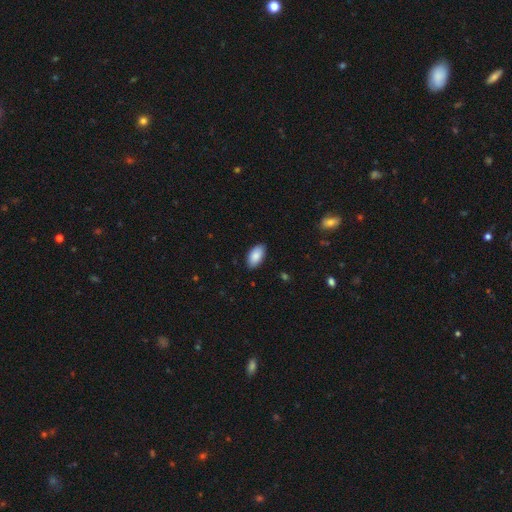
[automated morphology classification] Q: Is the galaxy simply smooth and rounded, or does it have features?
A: smooth — 88%.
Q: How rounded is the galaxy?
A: in between — 95%.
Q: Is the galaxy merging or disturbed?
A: none — 88%.